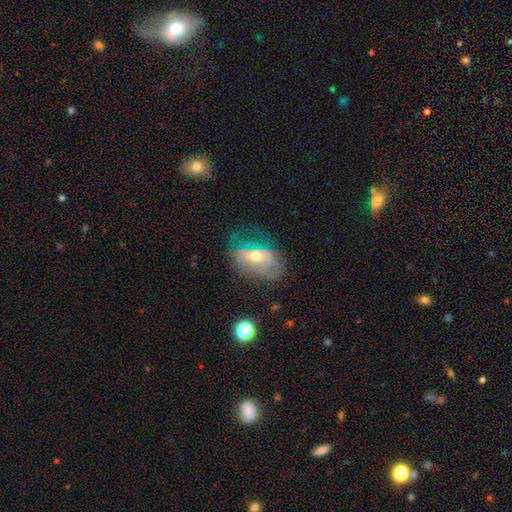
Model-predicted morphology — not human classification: The model was most divided on "spiral arms": yes: 57%, no: 43%. Remaining: edge-on disk — no (92%); bulge size — moderate (67%); smooth or featured — featured or disk (65%); bar — no (48%); merging — none (47%).